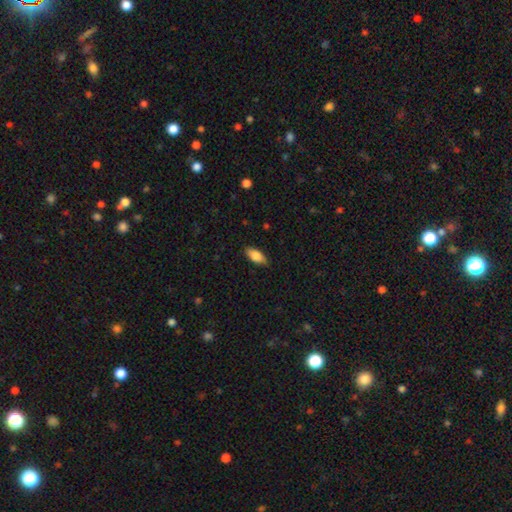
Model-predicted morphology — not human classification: Smooth or featured? Predicted: smooth (p=0.82). How rounded? Predicted: in between (p=0.87). Merging? Predicted: none (p=0.86).